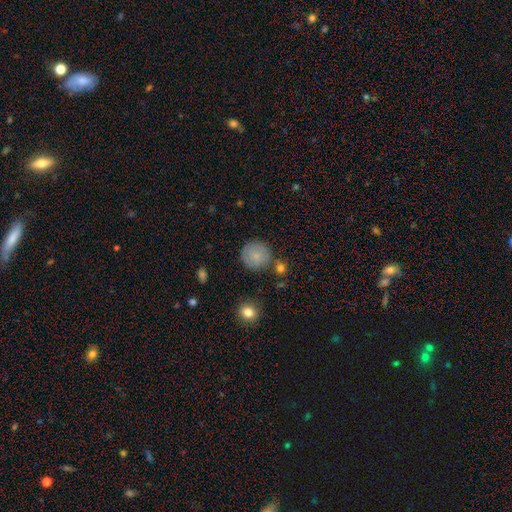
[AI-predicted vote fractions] Overall: smooth (81%). How rounded: round (93%). Merging: none (78%).